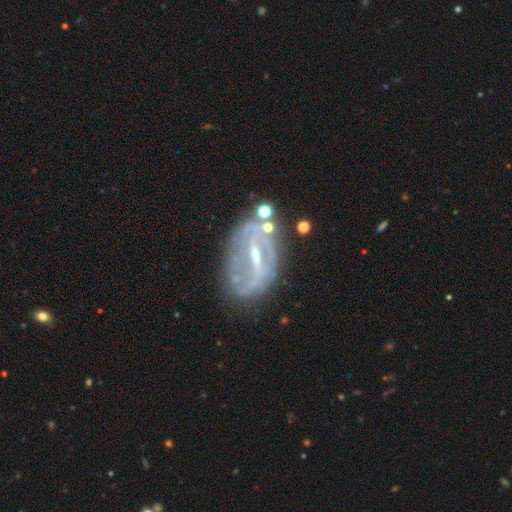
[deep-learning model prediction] Q: Smooth or featured?
A: featured or disk (81%); runner-up: smooth (11%)
Q: Edge-on disk?
A: no (93%); runner-up: yes (7%)
Q: Bar?
A: strong (52%); runner-up: weak (35%)
Q: Spiral arms?
A: yes (74%); runner-up: no (26%)
Q: Spiral winding?
A: tight (43%); runner-up: medium (35%)
Q: Spiral arm count?
A: 2 (47%); runner-up: can't tell (35%)
Q: Bulge size?
A: small (62%); runner-up: moderate (33%)
Q: Merging?
A: none (60%); runner-up: minor disturbance (21%)